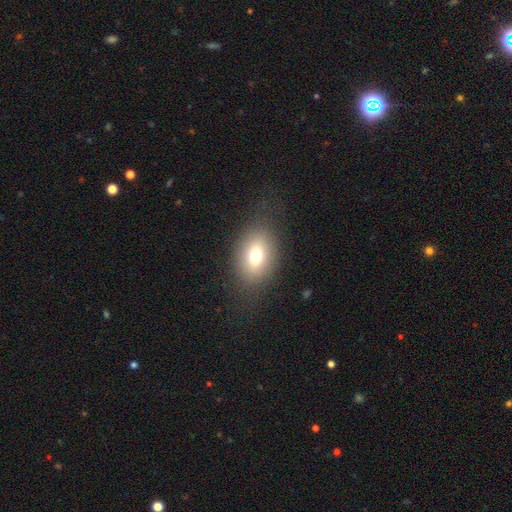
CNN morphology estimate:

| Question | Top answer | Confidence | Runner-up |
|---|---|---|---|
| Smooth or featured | smooth | 74% | featured or disk (14%) |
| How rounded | in between | 75% | round (24%) |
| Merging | none | 79% | minor disturbance (12%) |